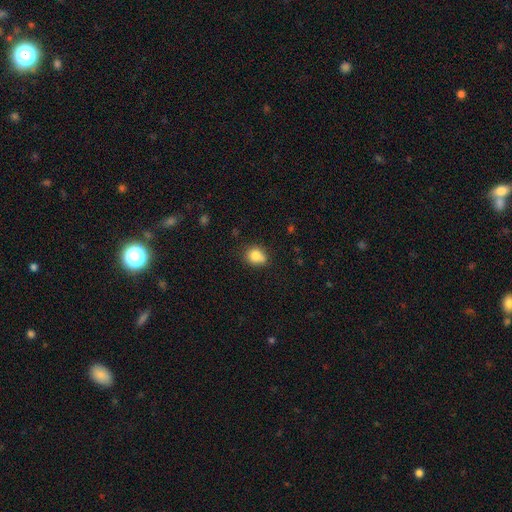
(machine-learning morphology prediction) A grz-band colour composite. It shows a smooth galaxy with no disk features (81%) that is round (66%). Merging: none (61%).